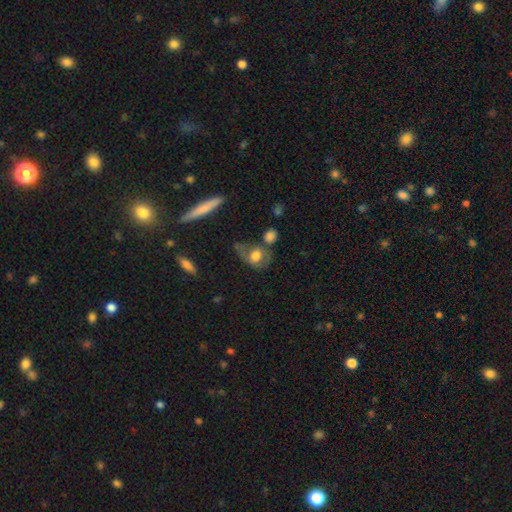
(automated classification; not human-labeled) This is possibly a smooth galaxy (54%). How rounded: possibly in between (56%). Merging: marginally none (40%).